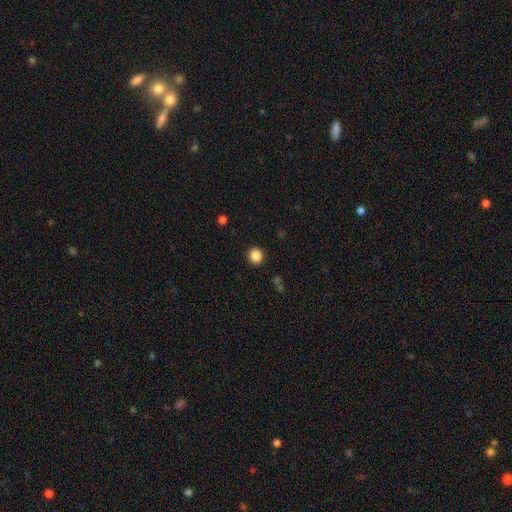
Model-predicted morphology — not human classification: smooth-or-featured: smooth: 86% | star or artifact: 11% | featured or disk: 3%
  how-rounded: round: 89% | in between: 11% | cigar-shaped: 1%
  merging: none: 92% | minor disturbance: 5% | major disturbance: 2% | merger: 1%